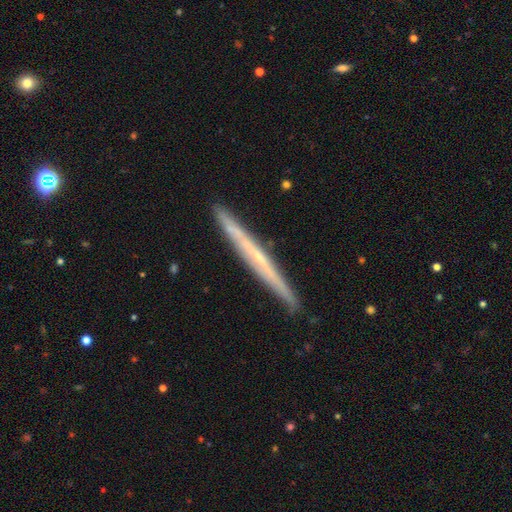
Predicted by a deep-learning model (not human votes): Q: Smooth or featured?
A: featured or disk (67%); runner-up: smooth (26%)
Q: Edge-on disk?
A: yes (96%); runner-up: no (4%)
Q: Edge-on bulge?
A: none (68%); runner-up: rounded (28%)
Q: Merging?
A: none (90%); runner-up: minor disturbance (7%)